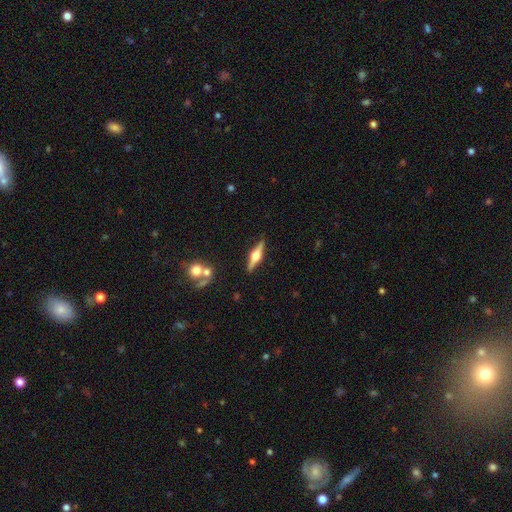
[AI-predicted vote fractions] smooth_or_featured: featured or disk (p=0.78) [alt: smooth p=0.17]
disk_edge_on: yes (p=0.97) [alt: no p=0.03]
edge_on_bulge: rounded (p=0.95) [alt: boxy p=0.04]
merging: none (p=0.88) [alt: minor disturbance p=0.07]